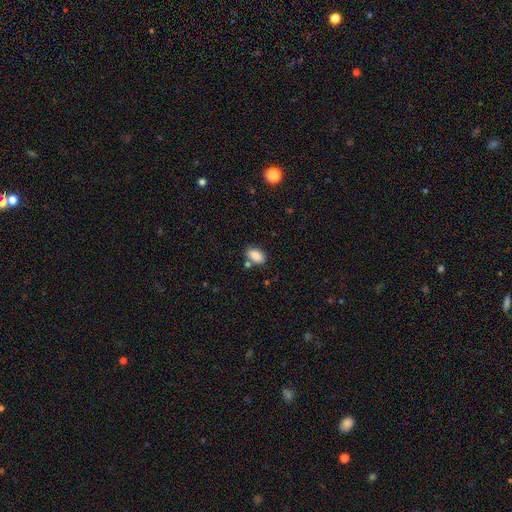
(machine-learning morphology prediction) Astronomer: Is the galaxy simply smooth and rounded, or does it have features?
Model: smooth — 84%.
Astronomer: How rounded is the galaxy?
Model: in between — 91%.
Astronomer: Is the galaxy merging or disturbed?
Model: none — 70%.